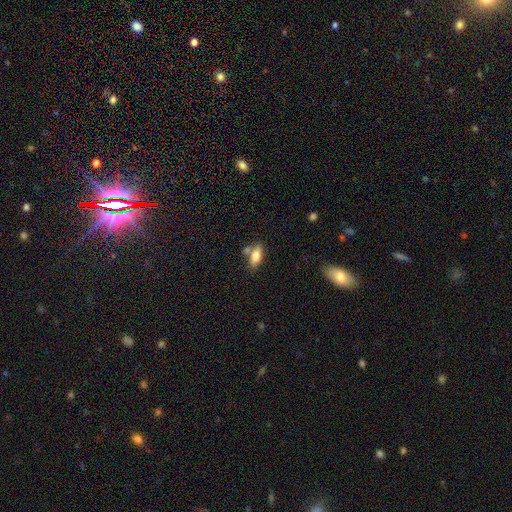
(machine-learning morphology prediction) This is likely a smooth galaxy (79%). How rounded: likely in between (80%). Merging: likely none (63%).